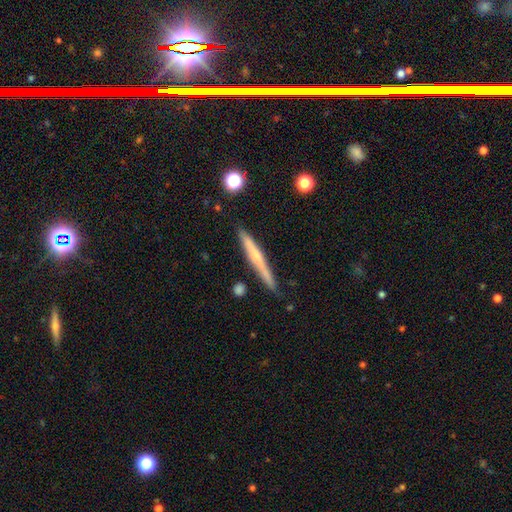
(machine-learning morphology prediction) Smooth or featured? featured or disk (50%)
Merging? none (87%)